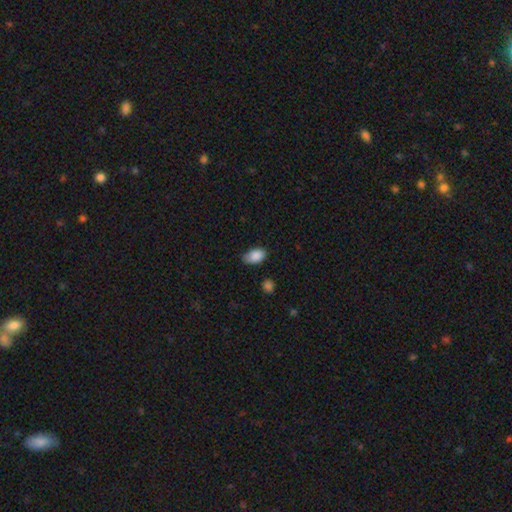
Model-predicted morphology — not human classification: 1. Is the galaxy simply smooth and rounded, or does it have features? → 88% smooth, 8% star or artifact, 4% featured or disk.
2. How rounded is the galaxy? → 90% in between, 9% round, 2% cigar-shaped.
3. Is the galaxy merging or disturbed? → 62% none, 32% minor disturbance, 5% major disturbance, 2% merger.